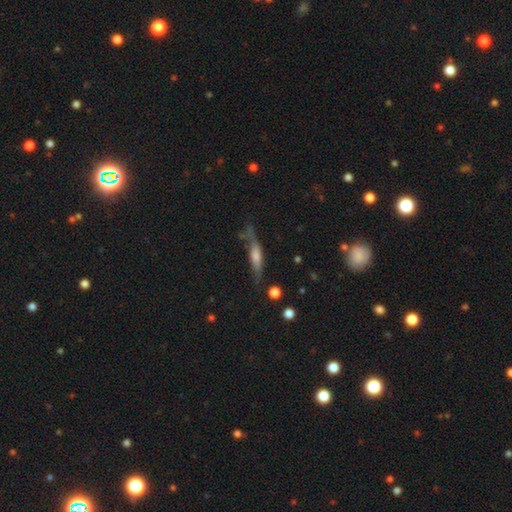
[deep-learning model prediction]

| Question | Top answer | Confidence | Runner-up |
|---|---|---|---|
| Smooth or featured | featured or disk | 57% | smooth (31%) |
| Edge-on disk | yes | 85% | no (15%) |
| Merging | none | 63% | minor disturbance (22%) |